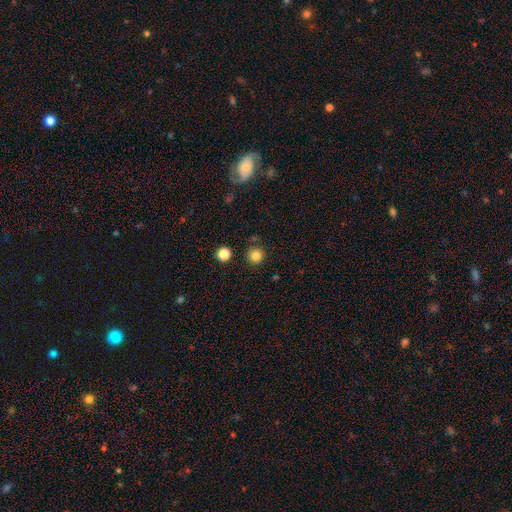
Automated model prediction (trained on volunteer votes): Smooth or featured? Predicted: smooth (p=0.83). How rounded? Predicted: round (p=0.95). Merging? Predicted: none (p=0.87).